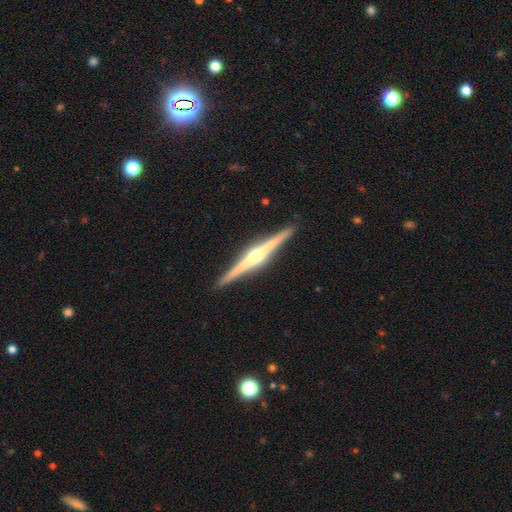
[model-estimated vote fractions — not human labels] A featured or disk galaxy (87%) viewed edge-on (99%) with a rounded central bulge (82%). Merging: none (92%).